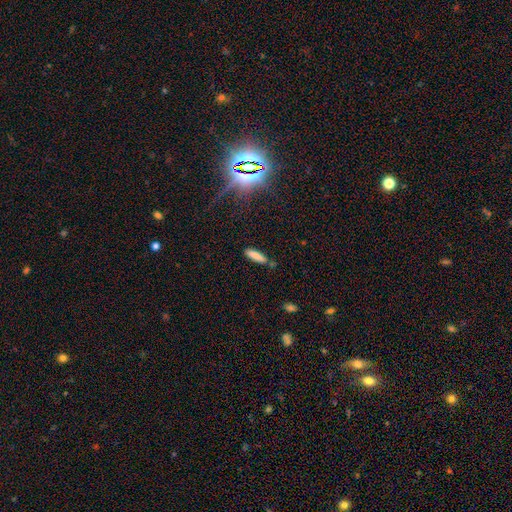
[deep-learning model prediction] This is clearly a smooth galaxy (82%). How rounded: likely cigar-shaped (72%). Merging: likely none (78%).